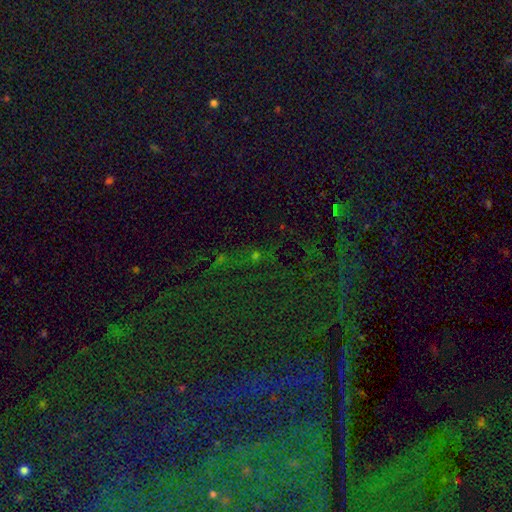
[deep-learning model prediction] star or artifact 72%, smooth 19%, featured or disk 9%.